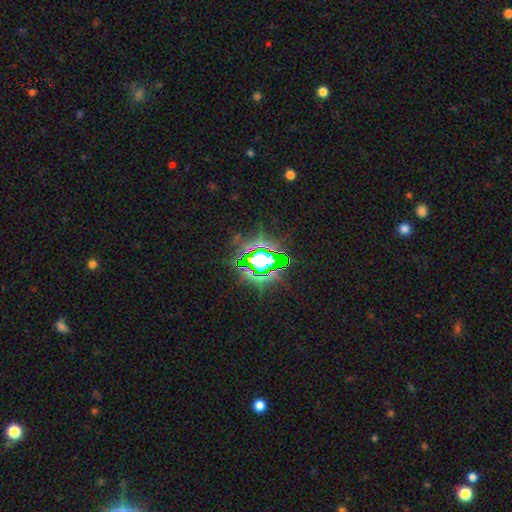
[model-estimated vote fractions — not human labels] Smooth or featured: star or artifact — 77% (smooth — 13%)